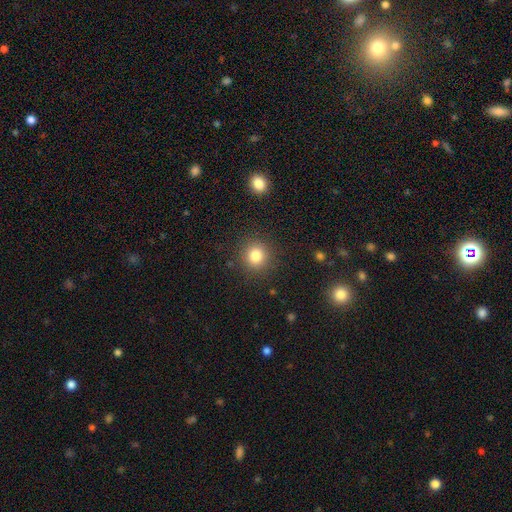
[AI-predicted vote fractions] A smooth galaxy with no disk features (82%) that is round (91%).

Vote fractions:
- Smooth or featured? smooth: 82% / star or artifact: 12% / featured or disk: 6%
- How rounded? round: 91% / in between: 8% / cigar-shaped: 1%
- Merging? none: 89% / minor disturbance: 7% / major disturbance: 3% / merger: 2%